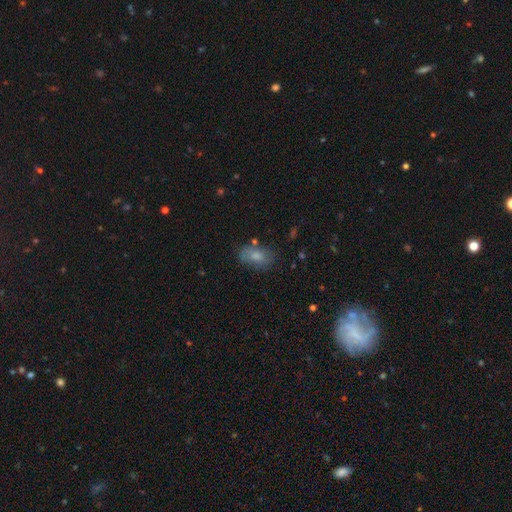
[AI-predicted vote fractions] The model was most divided on "merging": none: 64%, minor disturbance: 22%, major disturbance: 8%, merger: 6%. More confident: how rounded — in between (85%); smooth or featured — smooth (77%).